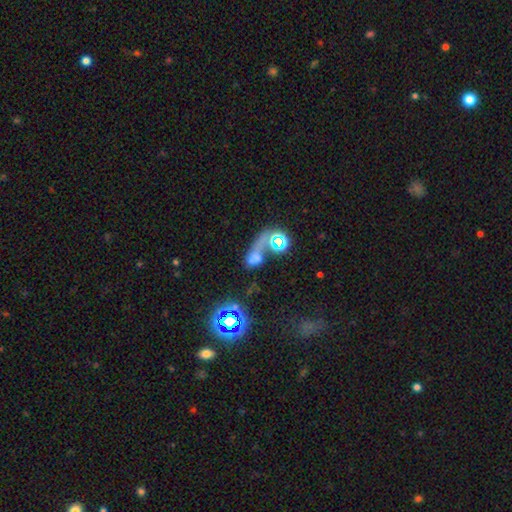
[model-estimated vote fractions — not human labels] smooth_or_featured: smooth (p=0.43) [alt: star or artifact p=0.34]
merging: merger (p=0.46) [alt: none p=0.22]